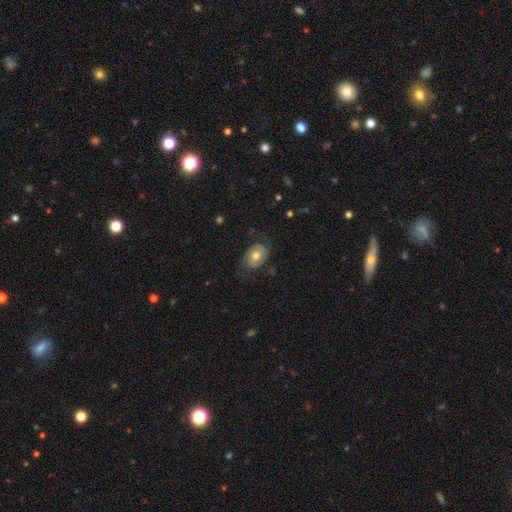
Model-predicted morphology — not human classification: Q: Smooth or featured?
A: smooth (50%); runner-up: featured or disk (43%)
Q: Merging?
A: none (61%); runner-up: minor disturbance (25%)